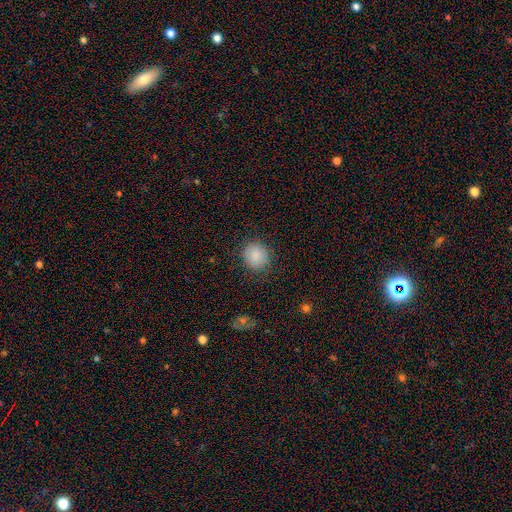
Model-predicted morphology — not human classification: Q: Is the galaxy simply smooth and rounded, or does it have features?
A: smooth — 86%.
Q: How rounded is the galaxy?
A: round — 81%.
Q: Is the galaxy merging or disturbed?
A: none — 84%.